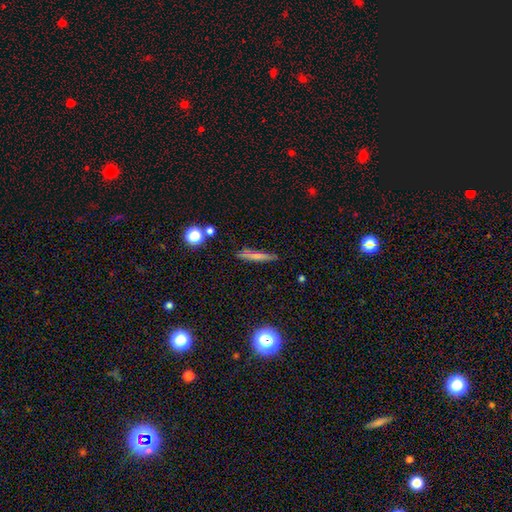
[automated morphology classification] This appears to be a smooth galaxy with no disk features (62%) that is cigar-shaped (90%). Merging: none (85%).